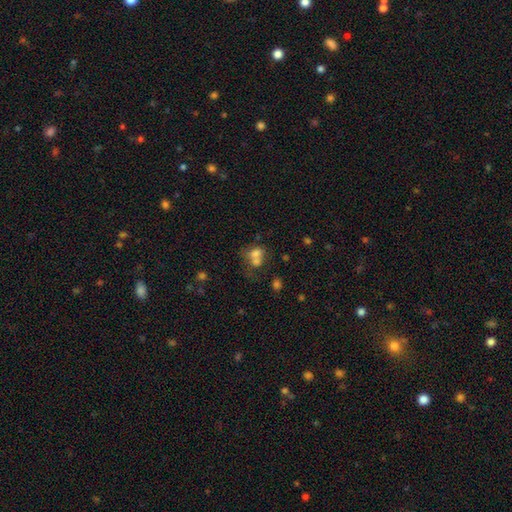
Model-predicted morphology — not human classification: smooth_or_featured: smooth (p=0.69) [alt: featured or disk p=0.17]
how_rounded: in between (p=0.52) [alt: round p=0.47]
merging: merger (p=0.59) [alt: none p=0.24]